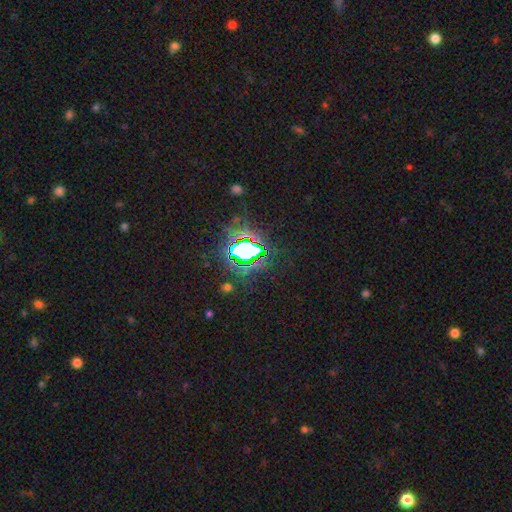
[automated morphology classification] A star or artifact, not a galaxy (79%).

Vote fractions:
- Smooth or featured? star or artifact: 79% / smooth: 12% / featured or disk: 9%